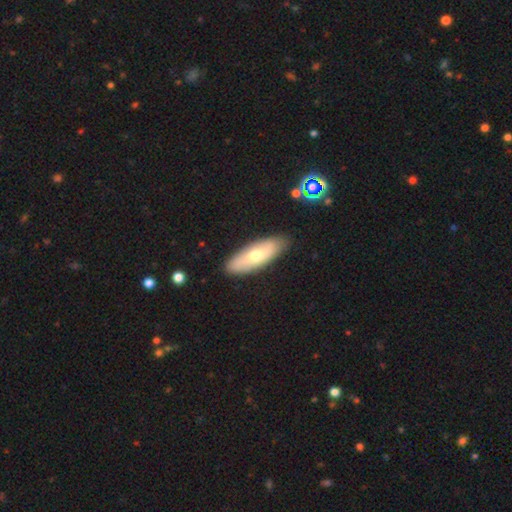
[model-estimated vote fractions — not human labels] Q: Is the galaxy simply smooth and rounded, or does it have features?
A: smooth — 54%.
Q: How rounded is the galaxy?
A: in between — 68%.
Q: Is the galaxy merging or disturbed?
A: none — 87%.